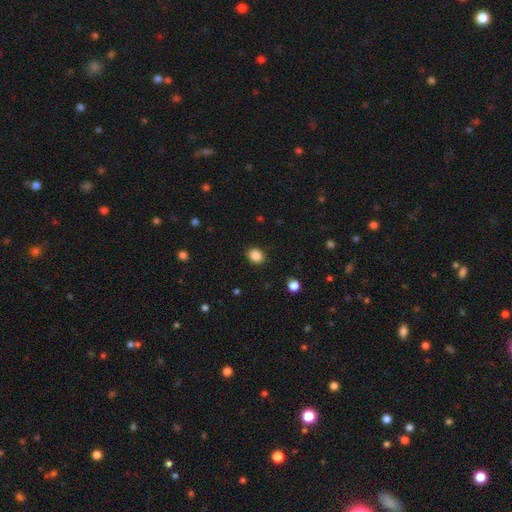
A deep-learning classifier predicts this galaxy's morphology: Smooth or featured?
  - smooth: 86% *
  - star or artifact: 11%
  - featured or disk: 3%
How rounded?
  - round: 68% *
  - in between: 31%
  - cigar-shaped: 1%
Merging?
  - none: 89% *
  - minor disturbance: 7%
  - major disturbance: 2%
  - merger: 1%